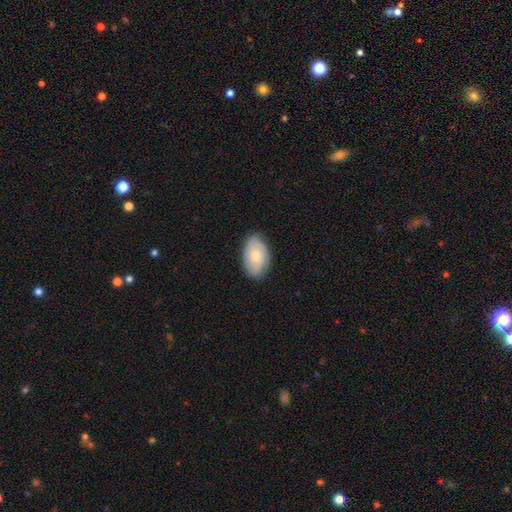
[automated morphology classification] A smooth galaxy with no disk features (58%) that is in between round and cigar-shaped (91%).

Vote fractions:
- Smooth or featured? smooth: 58% / featured or disk: 36% / star or artifact: 6%
- How rounded? in between: 91% / round: 8% / cigar-shaped: 1%
- Merging? none: 80% / minor disturbance: 16% / major disturbance: 3% / merger: 1%